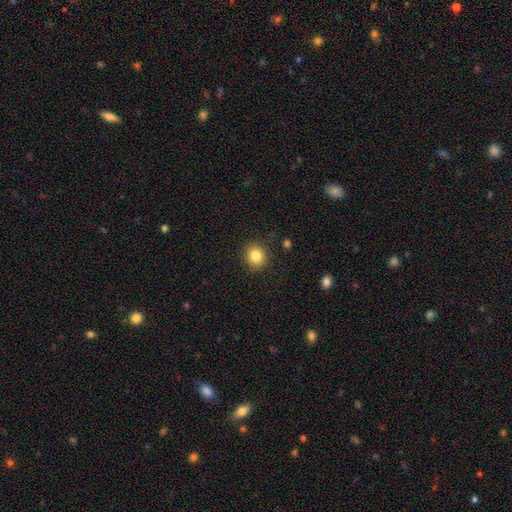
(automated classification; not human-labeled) smooth 84%, star or artifact 10%, featured or disk 6%. Down the decision tree: how rounded — round (85%); merging — none (90%).